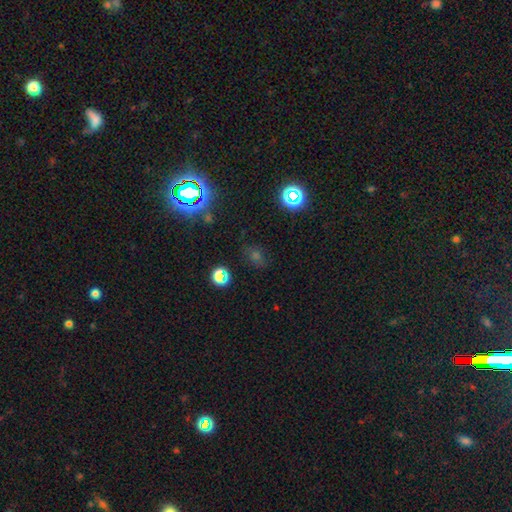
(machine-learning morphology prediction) star or artifact 50%, smooth 41%, featured or disk 10%.